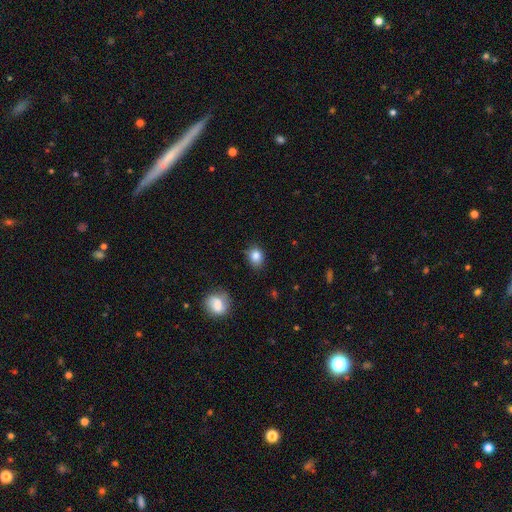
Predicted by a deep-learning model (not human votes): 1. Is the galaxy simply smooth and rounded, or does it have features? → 85% smooth, 10% star or artifact, 6% featured or disk.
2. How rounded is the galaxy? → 50% round, 49% in between, 1% cigar-shaped.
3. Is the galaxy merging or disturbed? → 76% none, 18% minor disturbance, 4% major disturbance, 2% merger.